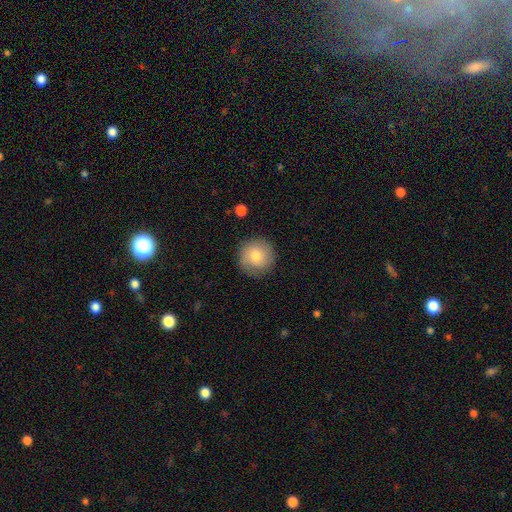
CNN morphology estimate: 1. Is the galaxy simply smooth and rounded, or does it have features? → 76% smooth, 16% featured or disk, 8% star or artifact.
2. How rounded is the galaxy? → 95% round, 4% in between, 1% cigar-shaped.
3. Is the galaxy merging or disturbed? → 87% none, 10% minor disturbance, 3% major disturbance, 1% merger.